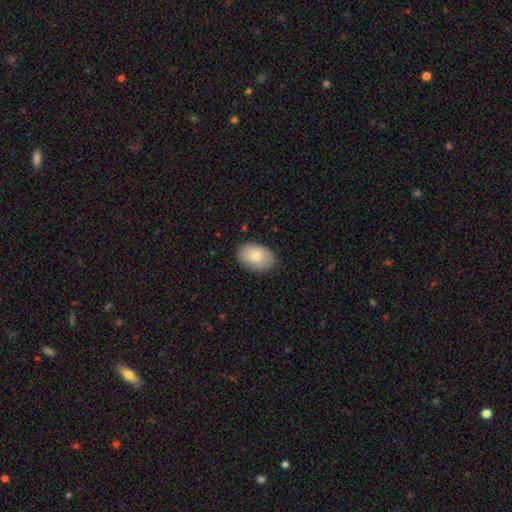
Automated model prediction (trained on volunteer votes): Smooth or featured? Predicted: smooth (p=0.82). How rounded? Predicted: in between (p=0.86). Merging? Predicted: none (p=0.85).